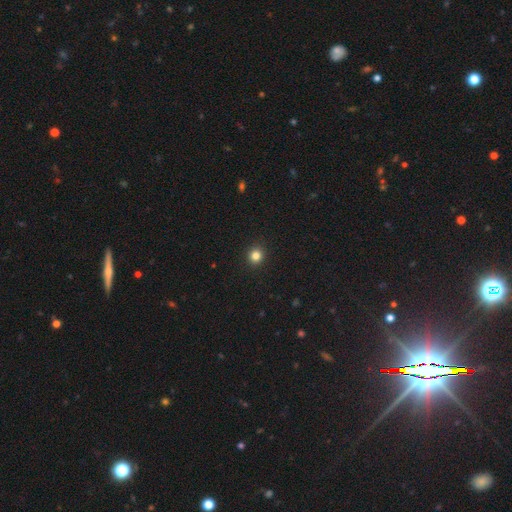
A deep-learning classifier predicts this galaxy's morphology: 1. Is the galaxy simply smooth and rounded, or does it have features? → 83% smooth, 13% star or artifact, 4% featured or disk.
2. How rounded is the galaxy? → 89% round, 10% in between, 1% cigar-shaped.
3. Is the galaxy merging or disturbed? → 93% none, 5% minor disturbance, 2% major disturbance, 1% merger.